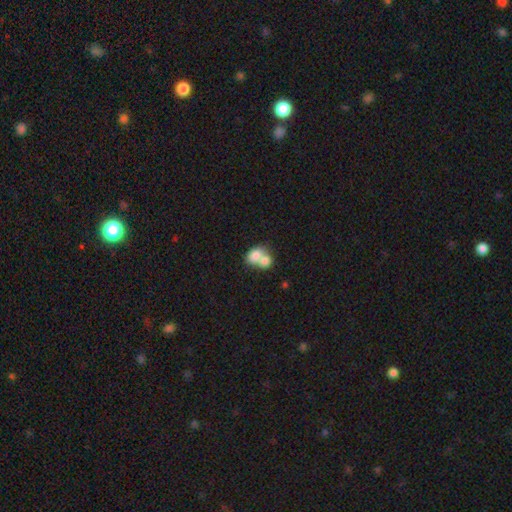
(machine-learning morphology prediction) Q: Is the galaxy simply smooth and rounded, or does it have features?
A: smooth — 77%.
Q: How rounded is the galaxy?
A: in between — 59%.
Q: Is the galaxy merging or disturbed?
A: merger — 71%.